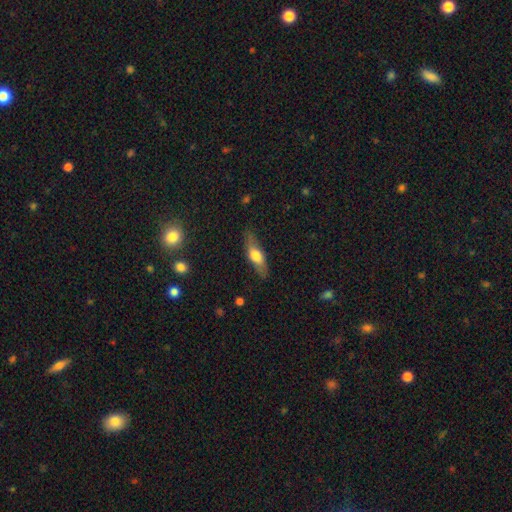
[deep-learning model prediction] The model was most divided on "how rounded": cigar-shaped: 50%, in between: 47%, round: 3%. More confident: merging — none (79%); smooth or featured — smooth (53%).